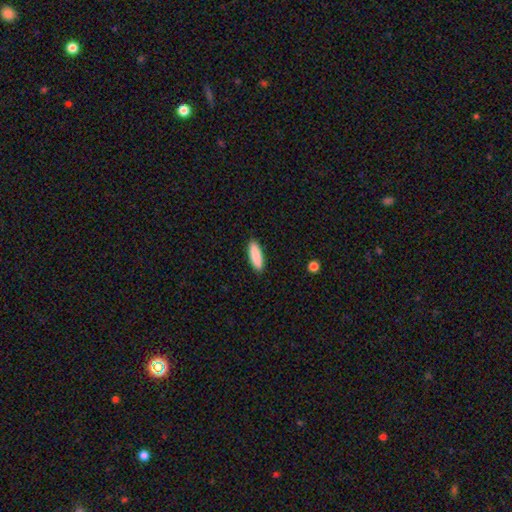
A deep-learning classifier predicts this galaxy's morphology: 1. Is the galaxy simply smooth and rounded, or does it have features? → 89% smooth, 6% star or artifact, 5% featured or disk.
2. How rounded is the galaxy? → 51% cigar-shaped, 47% in between, 2% round.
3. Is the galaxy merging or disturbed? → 90% none, 7% minor disturbance, 2% major disturbance, 1% merger.